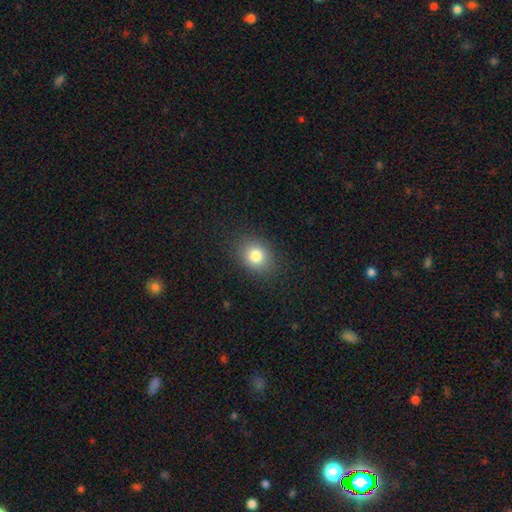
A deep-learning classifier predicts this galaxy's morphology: Overall: smooth (82%). How rounded: round (57%; in between 42%). Merging: none (87%).